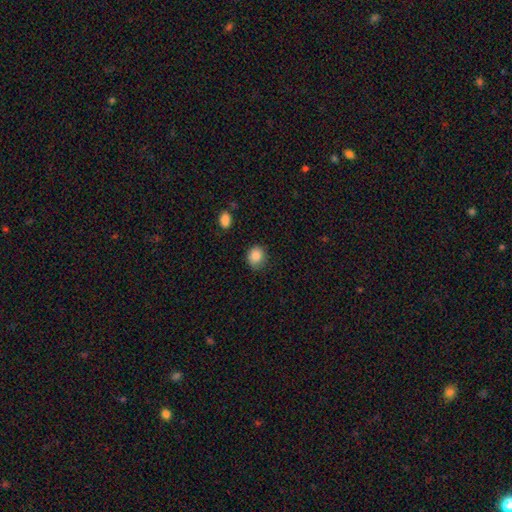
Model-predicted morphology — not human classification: This is clearly a smooth galaxy (86%). How rounded: likely round (69%). Merging: likely none (79%).